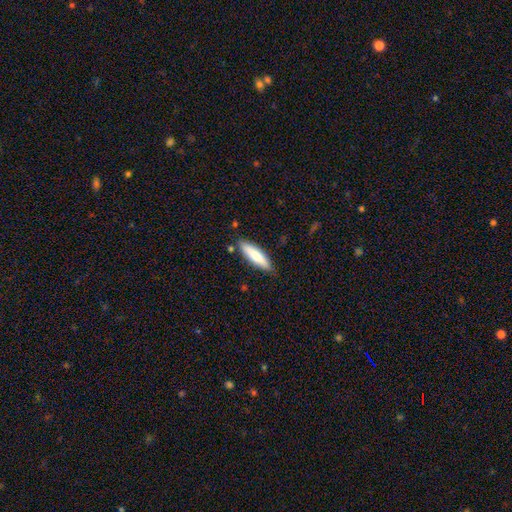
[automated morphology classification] smooth 76%, featured or disk 18%, star or artifact 5%. Down the decision tree: how rounded — cigar-shaped (67%); merging — none (84%).